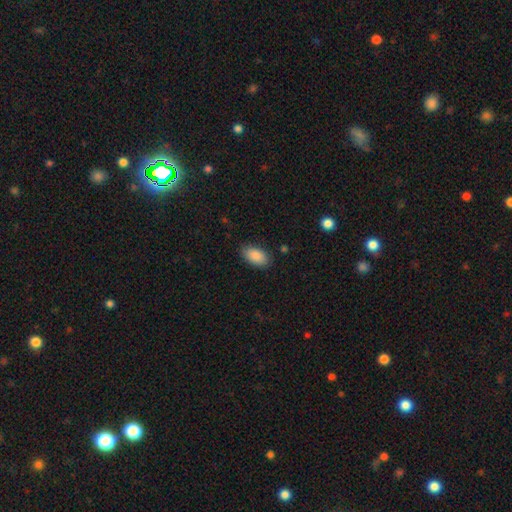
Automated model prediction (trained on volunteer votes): A smooth galaxy with no disk features (89%) that is in between round and cigar-shaped (94%). Merging: none (83%).